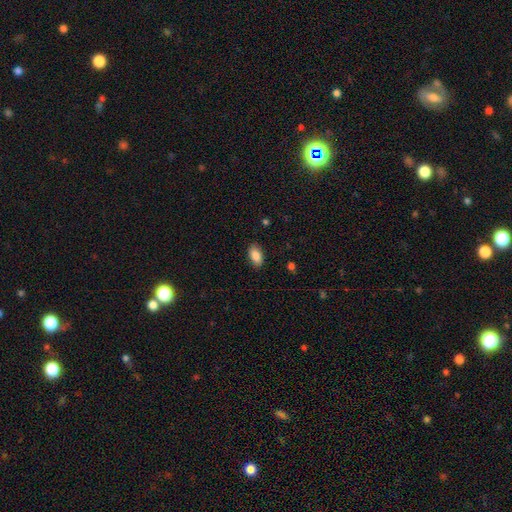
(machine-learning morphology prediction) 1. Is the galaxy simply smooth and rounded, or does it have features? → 86% smooth, 7% star or artifact, 6% featured or disk.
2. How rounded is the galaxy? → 92% in between, 4% round, 4% cigar-shaped.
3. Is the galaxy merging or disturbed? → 88% none, 9% minor disturbance, 2% major disturbance, 1% merger.